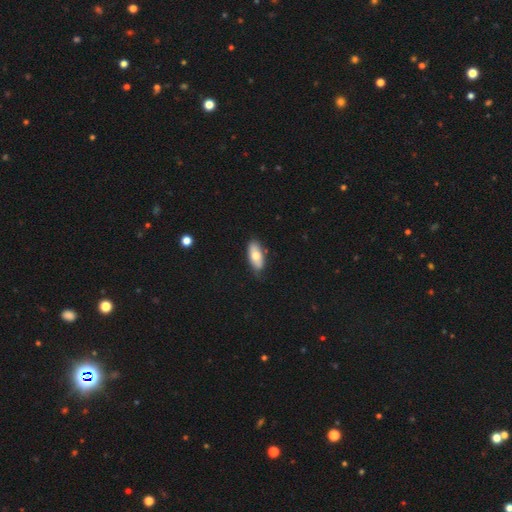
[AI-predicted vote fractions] This is likely a smooth galaxy (68%). How rounded: clearly in between (85%). Merging: likely none (77%).